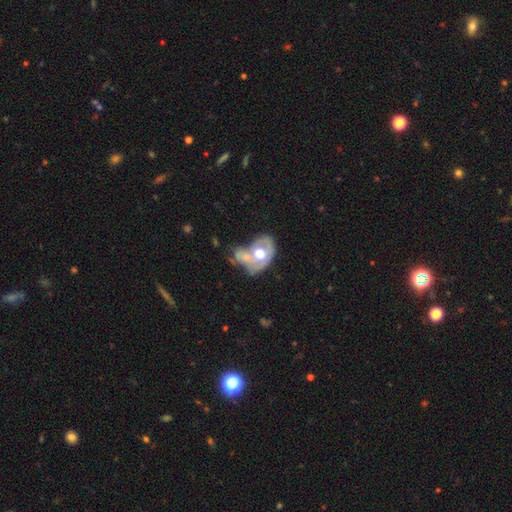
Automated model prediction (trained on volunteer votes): Q: Smooth or featured?
A: featured or disk (53%); runner-up: smooth (38%)
Q: Edge-on disk?
A: no (95%); runner-up: yes (5%)
Q: Bar?
A: no (85%); runner-up: weak (11%)
Q: Spiral arms?
A: no (74%); runner-up: yes (26%)
Q: Bulge size?
A: moderate (70%); runner-up: large (22%)
Q: Merging?
A: merger (42%); runner-up: major disturbance (24%)